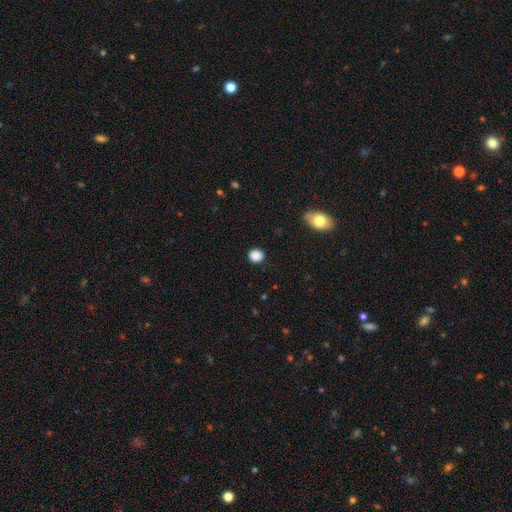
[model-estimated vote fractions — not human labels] smooth_or_featured: smooth (p=0.87) [alt: star or artifact p=0.10]
how_rounded: round (p=0.83) [alt: in between p=0.16]
merging: none (p=0.89) [alt: minor disturbance p=0.07]